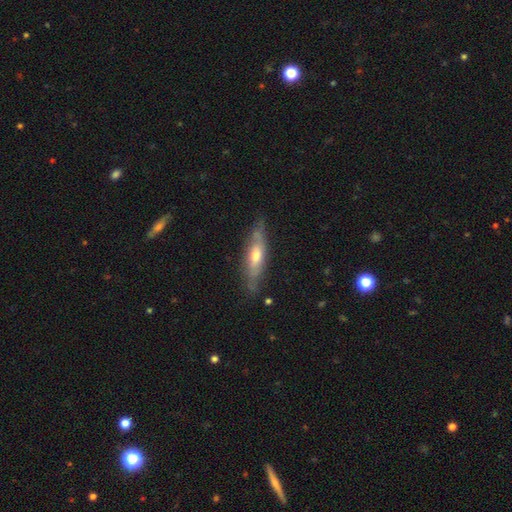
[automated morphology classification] Smooth or featured: featured or disk — 57% (smooth — 36%)
Edge-on disk: yes — 67% (no — 33%)
Merging: none — 75% (minor disturbance — 19%)